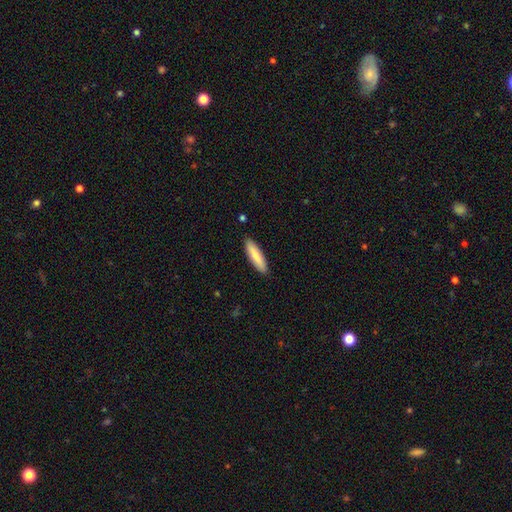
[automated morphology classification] Smooth or featured? Predicted: smooth (p=0.82). How rounded? Predicted: cigar-shaped (p=0.75). Merging? Predicted: none (p=0.90).